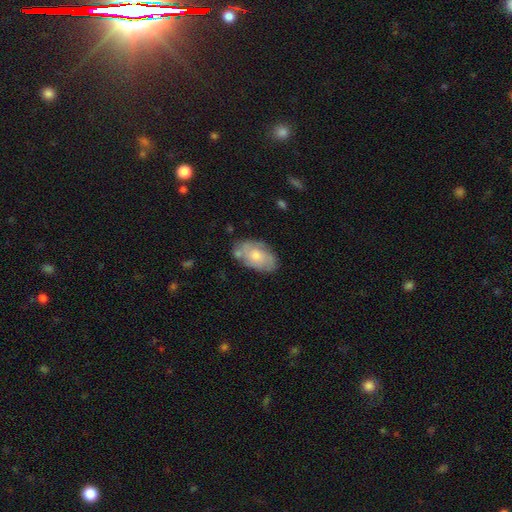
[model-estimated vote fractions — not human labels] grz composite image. It shows a featured or disk galaxy (47%, tied with smooth). Merging: none (64%).